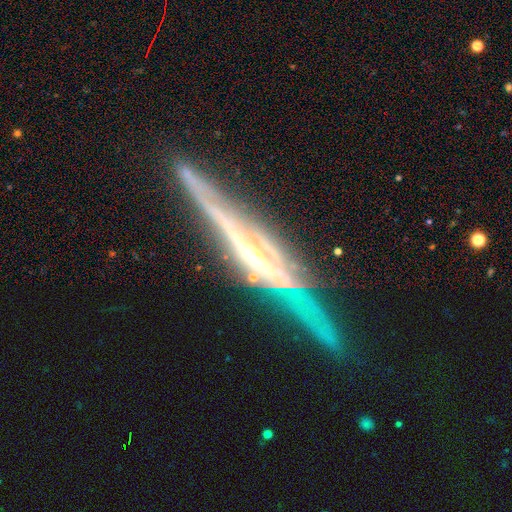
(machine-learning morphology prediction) type=featured or disk (87%); edge-on=yes (97%); edge-on bulge=rounded (45%); merging=none (81%).